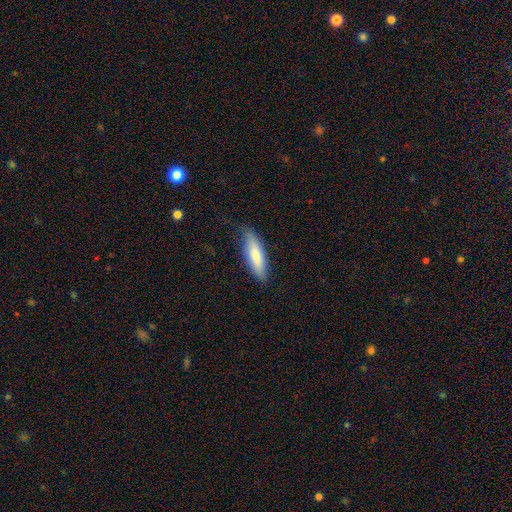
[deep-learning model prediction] Q: Smooth or featured?
A: smooth (79%); runner-up: featured or disk (16%)
Q: How rounded?
A: cigar-shaped (56%); runner-up: in between (42%)
Q: Merging?
A: none (75%); runner-up: minor disturbance (20%)